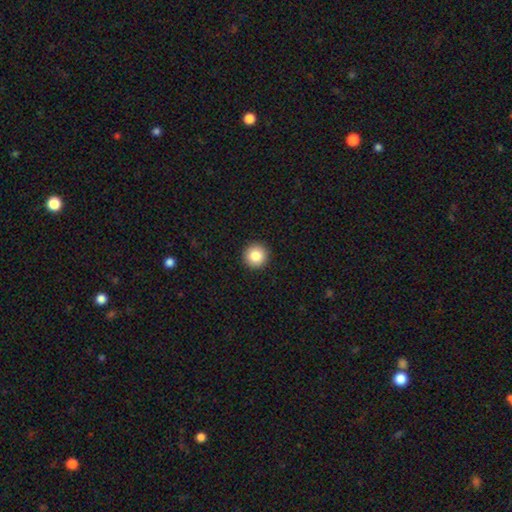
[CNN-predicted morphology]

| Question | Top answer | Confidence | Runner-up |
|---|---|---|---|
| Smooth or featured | smooth | 85% | star or artifact (9%) |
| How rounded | round | 96% | in between (3%) |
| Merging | none | 93% | minor disturbance (4%) |